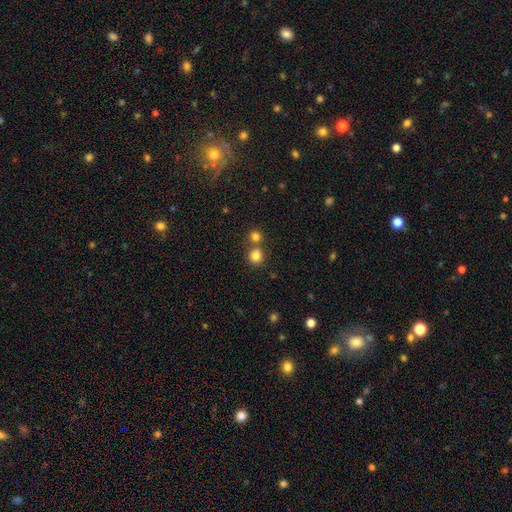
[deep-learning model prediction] smooth_or_featured: smooth (p=0.82) [alt: star or artifact p=0.13]
how_rounded: round (p=0.88) [alt: in between p=0.11]
merging: none (p=0.63) [alt: merger p=0.28]